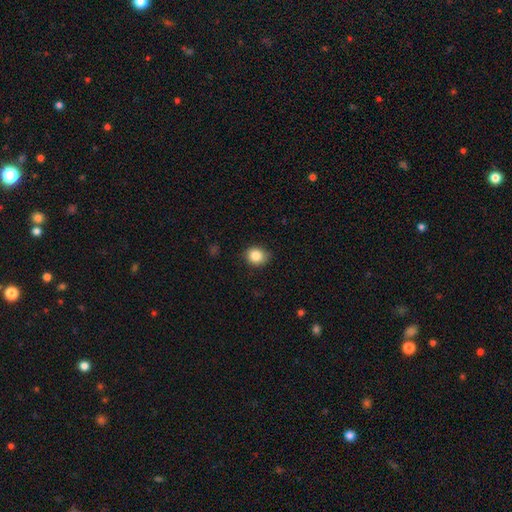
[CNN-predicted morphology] Q: Smooth or featured?
A: smooth (85%); runner-up: star or artifact (10%)
Q: How rounded?
A: round (73%); runner-up: in between (27%)
Q: Merging?
A: none (81%); runner-up: minor disturbance (15%)